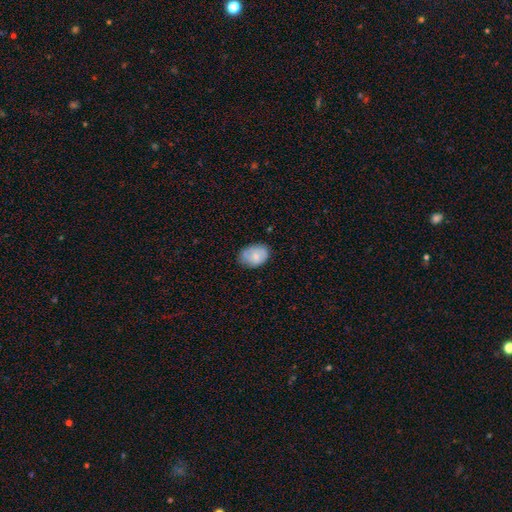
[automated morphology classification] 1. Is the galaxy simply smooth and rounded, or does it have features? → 64% smooth, 29% featured or disk, 7% star or artifact.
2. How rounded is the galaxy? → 76% in between, 23% round, 1% cigar-shaped.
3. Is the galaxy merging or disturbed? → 67% none, 26% minor disturbance, 6% major disturbance, 2% merger.